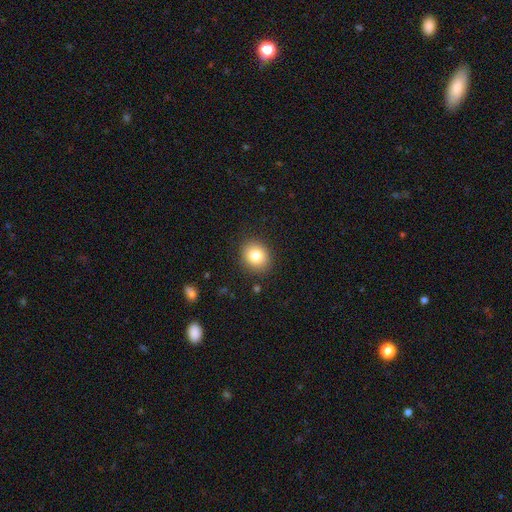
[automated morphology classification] Smooth or featured?
  - smooth: 81% *
  - star or artifact: 10%
  - featured or disk: 9%
How rounded?
  - round: 72% *
  - in between: 27%
  - cigar-shaped: 1%
Merging?
  - none: 88% *
  - minor disturbance: 8%
  - major disturbance: 3%
  - merger: 1%